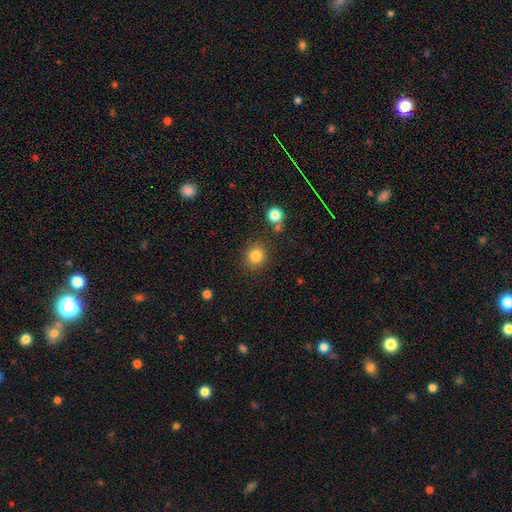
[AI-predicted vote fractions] smooth 84%, star or artifact 11%, featured or disk 5%. Down the decision tree: how rounded — round (84%); merging — none (83%).